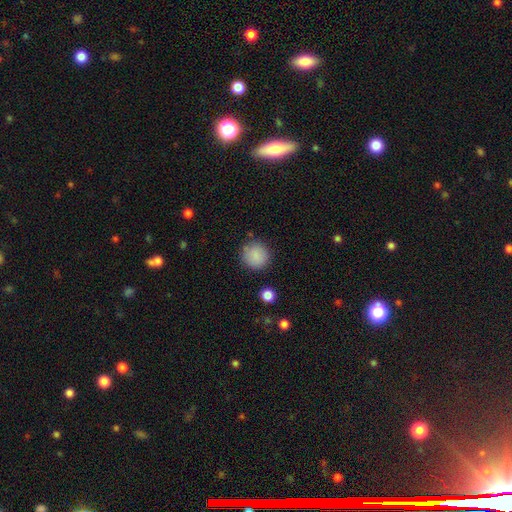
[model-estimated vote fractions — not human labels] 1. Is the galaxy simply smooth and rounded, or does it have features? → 87% smooth, 9% star or artifact, 4% featured or disk.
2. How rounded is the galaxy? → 92% round, 7% in between, 1% cigar-shaped.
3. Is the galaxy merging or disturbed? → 84% none, 10% minor disturbance, 3% major disturbance, 2% merger.